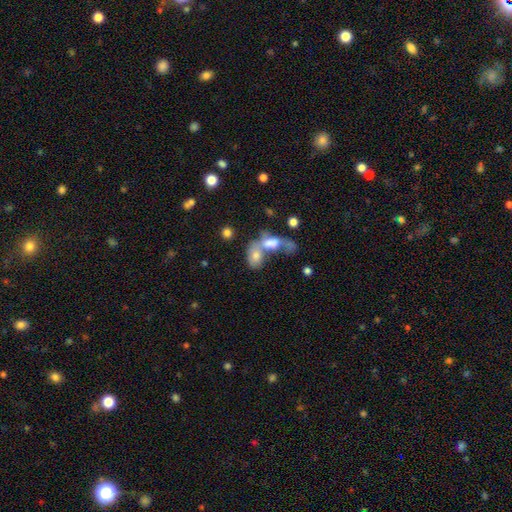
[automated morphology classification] smooth_or_featured: smooth (p=0.67) [alt: featured or disk p=0.22]
how_rounded: in between (p=0.83) [alt: round p=0.13]
merging: merger (p=0.67) [alt: none p=0.16]